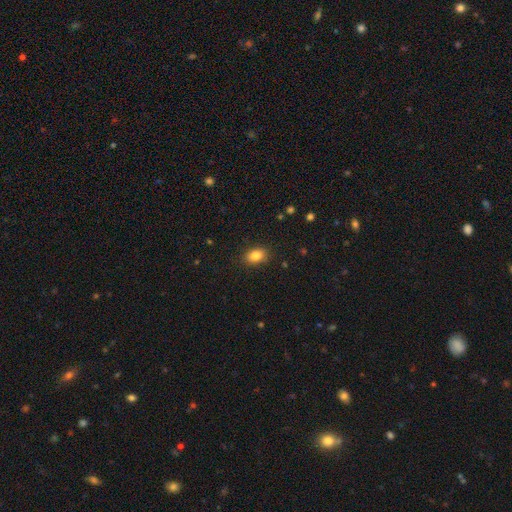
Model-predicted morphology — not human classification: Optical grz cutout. It shows a smooth galaxy with no disk features (84%) that is in between round and cigar-shaped (79%). Merging: none (87%).